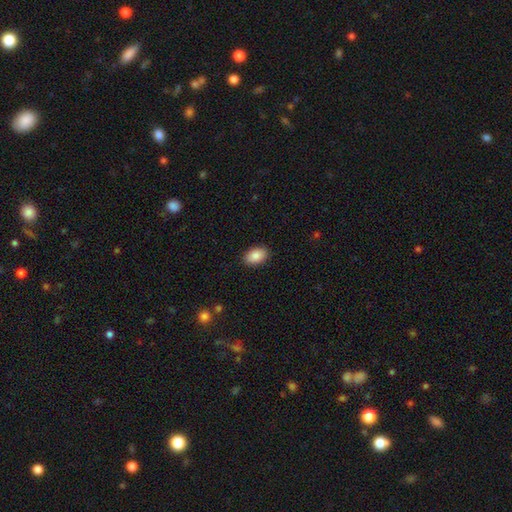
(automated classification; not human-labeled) smooth-or-featured: smooth: 87% | star or artifact: 7% | featured or disk: 6%
  how-rounded: in between: 91% | round: 8% | cigar-shaped: 1%
  merging: none: 88% | minor disturbance: 9% | major disturbance: 2% | merger: 1%